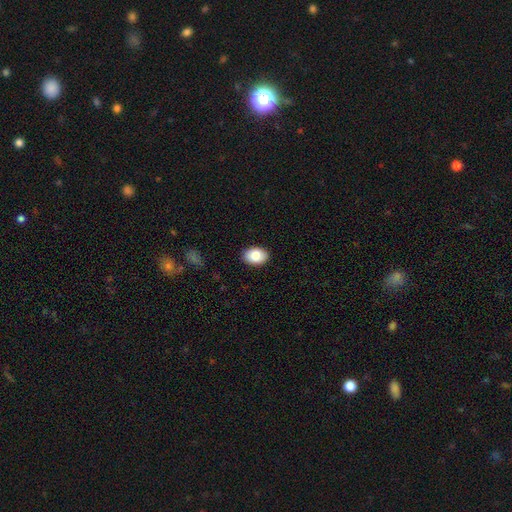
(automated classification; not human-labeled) smooth 87%, star or artifact 7%, featured or disk 7%. Down the decision tree: how rounded — in between (83%); merging — none (88%).